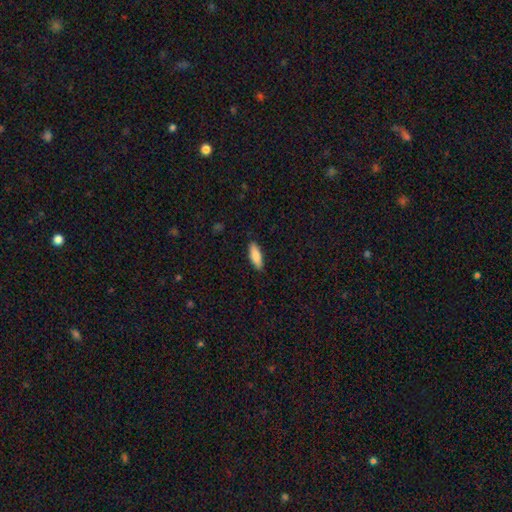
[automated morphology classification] smooth 85%, featured or disk 10%, star or artifact 6%. Down the decision tree: how rounded — in between (60%); merging — none (88%).